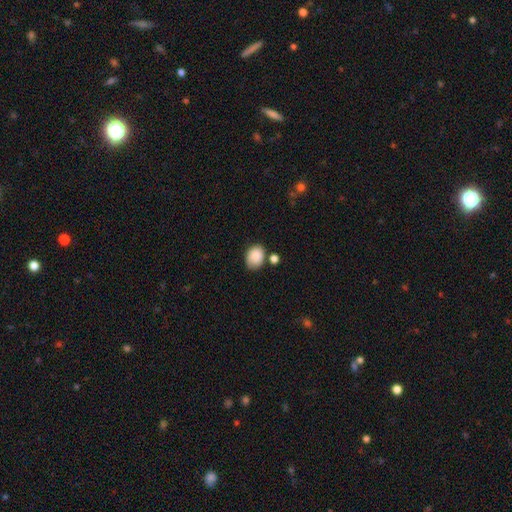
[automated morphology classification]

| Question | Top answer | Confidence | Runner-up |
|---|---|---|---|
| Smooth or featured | smooth | 86% | star or artifact (8%) |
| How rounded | in between | 63% | round (36%) |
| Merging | none | 64% | minor disturbance (20%) |